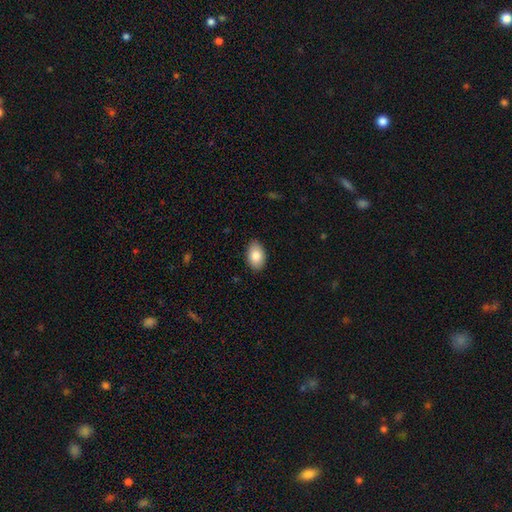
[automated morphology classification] Smooth or featured? smooth (85%)
How rounded? in between (91%)
Merging? none (87%)